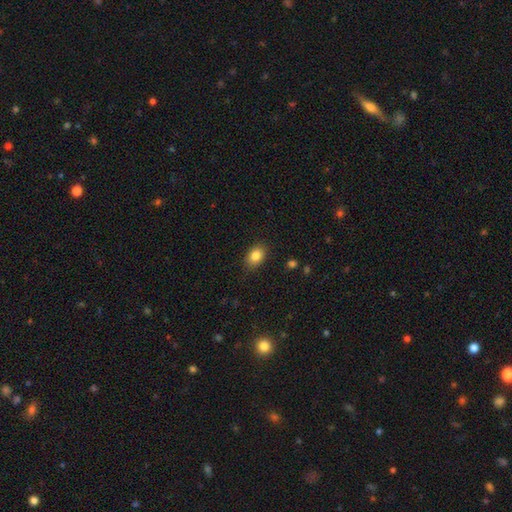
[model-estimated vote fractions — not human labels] A smooth galaxy with no disk features (84%) that is in between round and cigar-shaped (78%). Merging: none (85%).